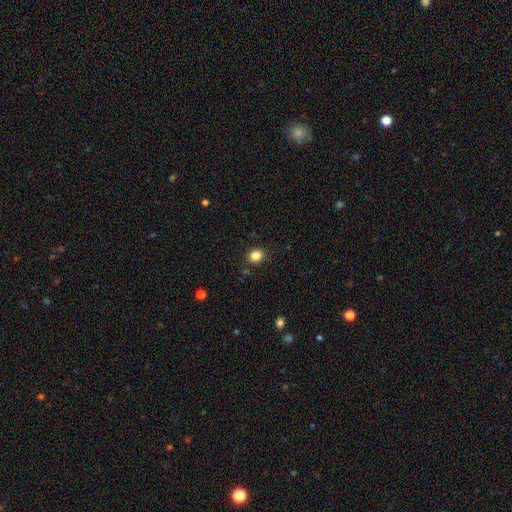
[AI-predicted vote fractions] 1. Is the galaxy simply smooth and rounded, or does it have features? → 84% smooth, 12% star or artifact, 4% featured or disk.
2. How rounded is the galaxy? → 71% round, 29% in between, 1% cigar-shaped.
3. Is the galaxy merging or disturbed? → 88% none, 7% minor disturbance, 2% major disturbance, 2% merger.